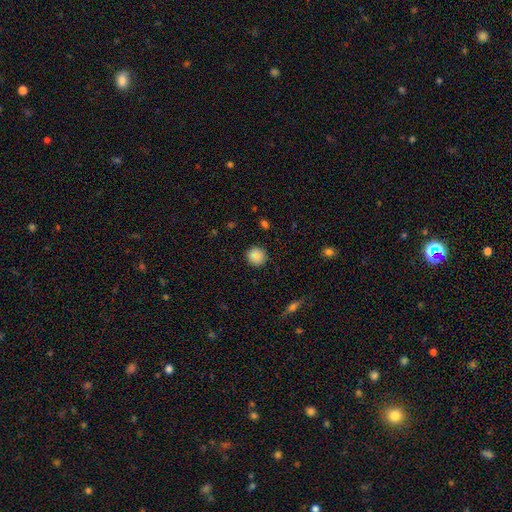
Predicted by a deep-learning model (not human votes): Smooth or featured? smooth (87%)
How rounded? round (93%)
Merging? none (90%)